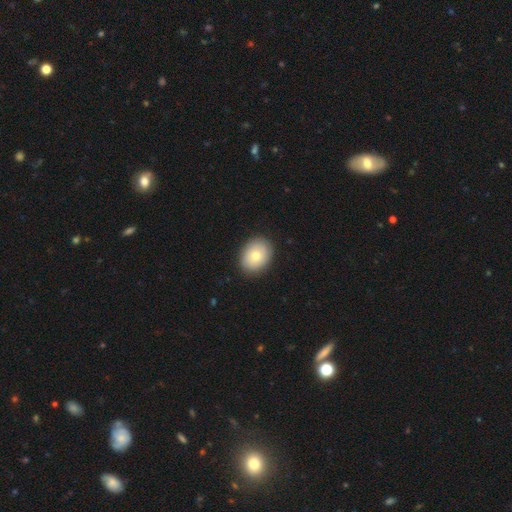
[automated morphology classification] Smooth or featured? Predicted: smooth (p=0.75). How rounded? Predicted: in between (p=0.54). Merging? Predicted: none (p=0.88).